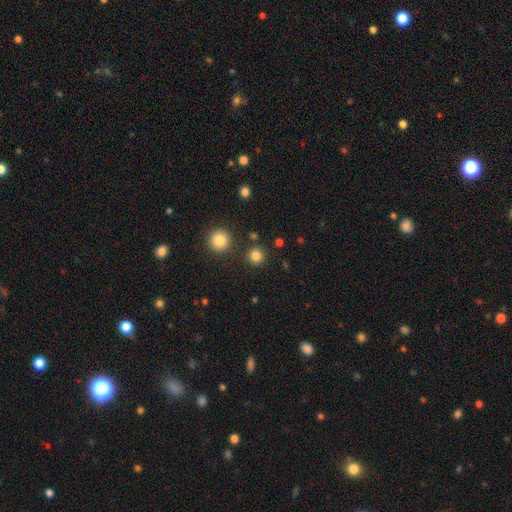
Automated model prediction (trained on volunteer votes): smooth_or_featured: smooth (p=0.83) [alt: star or artifact p=0.13]
how_rounded: round (p=0.93) [alt: in between p=0.06]
merging: none (p=0.88) [alt: minor disturbance p=0.06]